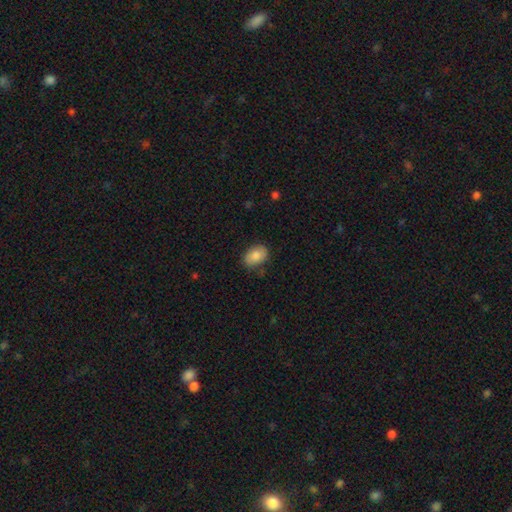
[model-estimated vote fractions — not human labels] smooth-or-featured: smooth: 84% | featured or disk: 9% | star or artifact: 7%
  how-rounded: in between: 82% | round: 17% | cigar-shaped: 1%
  merging: none: 79% | minor disturbance: 16% | major disturbance: 3% | merger: 1%